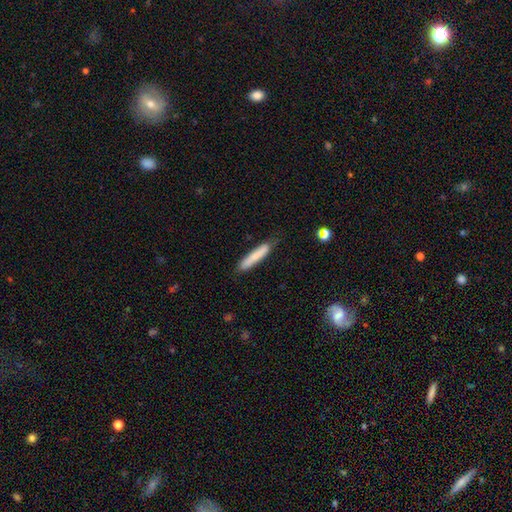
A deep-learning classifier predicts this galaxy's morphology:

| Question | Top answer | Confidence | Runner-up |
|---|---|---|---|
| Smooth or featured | smooth | 75% | featured or disk (19%) |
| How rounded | cigar-shaped | 91% | in between (8%) |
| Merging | none | 79% | minor disturbance (17%) |